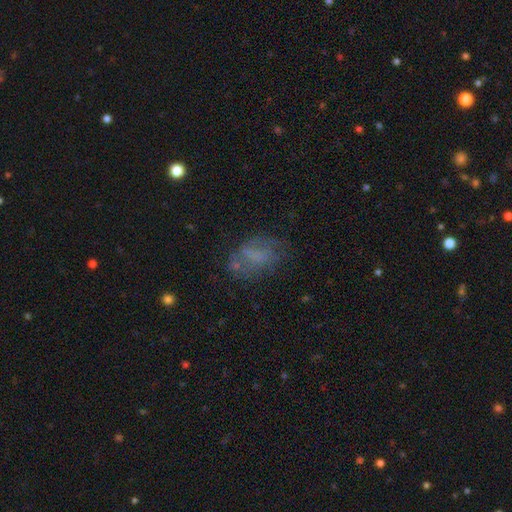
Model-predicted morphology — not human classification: Smooth or featured? smooth (49%)
Merging? none (51%)